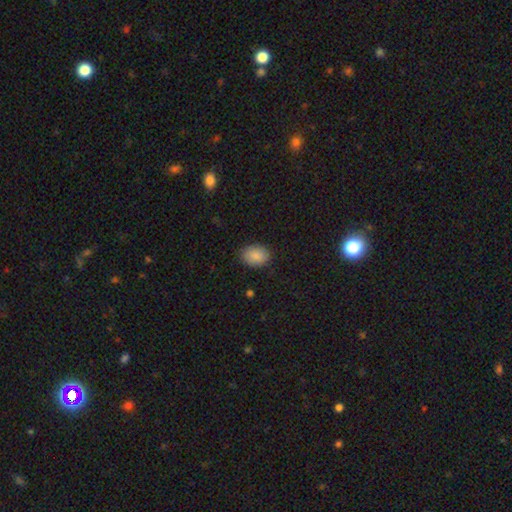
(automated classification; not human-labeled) Smooth or featured?
  - smooth: 88% *
  - star or artifact: 7%
  - featured or disk: 5%
How rounded?
  - in between: 70% *
  - round: 29%
  - cigar-shaped: 1%
Merging?
  - none: 87% *
  - minor disturbance: 10%
  - major disturbance: 2%
  - merger: 1%